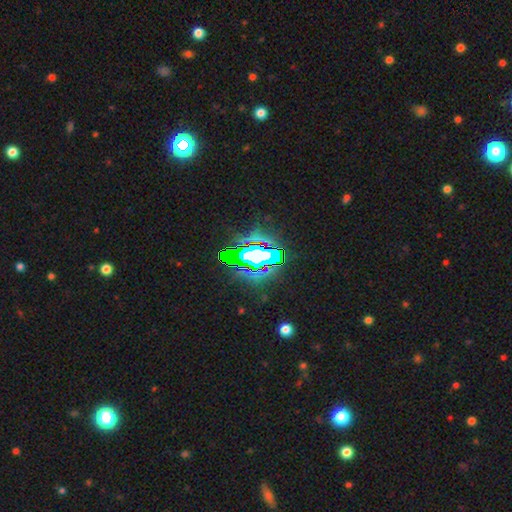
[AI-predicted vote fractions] Smooth or featured?
  - star or artifact: 68% *
  - smooth: 16%
  - featured or disk: 16%